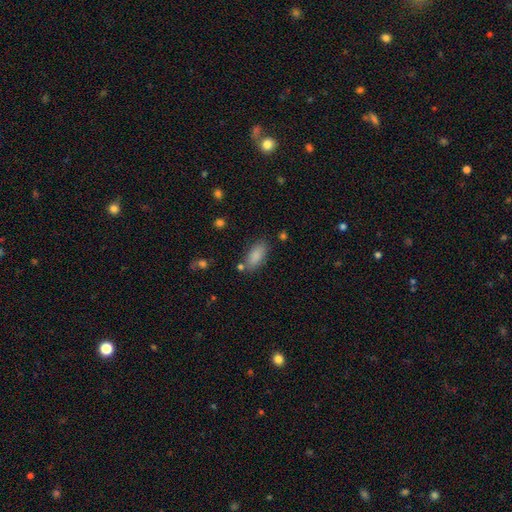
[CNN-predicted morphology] smooth-or-featured: smooth: 87% | star or artifact: 7% | featured or disk: 6%
  how-rounded: in between: 87% | cigar-shaped: 10% | round: 2%
  merging: none: 76% | minor disturbance: 14% | merger: 6% | major disturbance: 4%